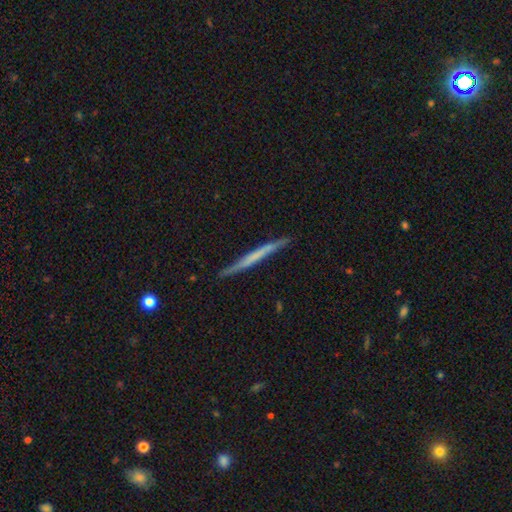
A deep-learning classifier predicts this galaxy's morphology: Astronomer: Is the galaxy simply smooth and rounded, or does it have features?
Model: featured or disk — 52% (runner-up: smooth, 43%).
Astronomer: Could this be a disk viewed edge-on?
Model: yes — 96%.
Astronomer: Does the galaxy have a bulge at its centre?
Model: none — 86%.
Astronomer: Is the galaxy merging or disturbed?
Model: none — 88%.